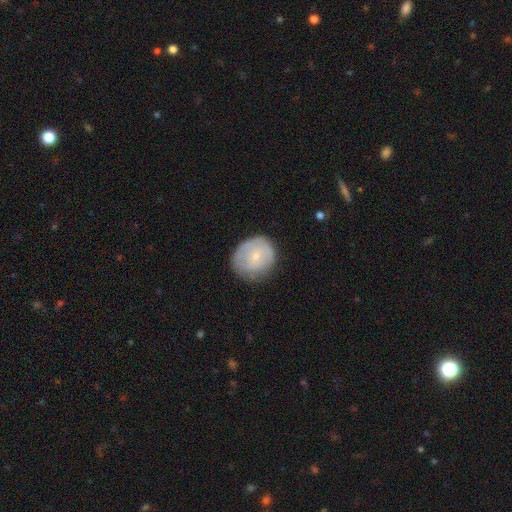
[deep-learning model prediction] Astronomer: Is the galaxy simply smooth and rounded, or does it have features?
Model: smooth — 51% (runner-up: featured or disk, 42%).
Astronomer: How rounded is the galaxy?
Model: round — 76%.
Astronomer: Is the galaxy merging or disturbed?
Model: none — 69%.